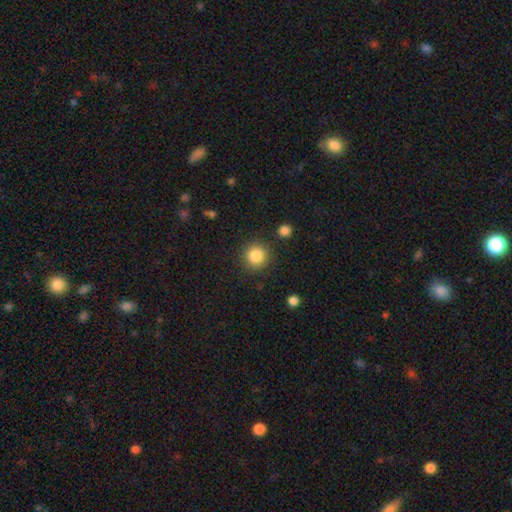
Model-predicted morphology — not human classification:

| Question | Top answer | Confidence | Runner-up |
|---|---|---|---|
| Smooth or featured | smooth | 85% | star or artifact (10%) |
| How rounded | round | 93% | in between (6%) |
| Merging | none | 87% | minor disturbance (7%) |